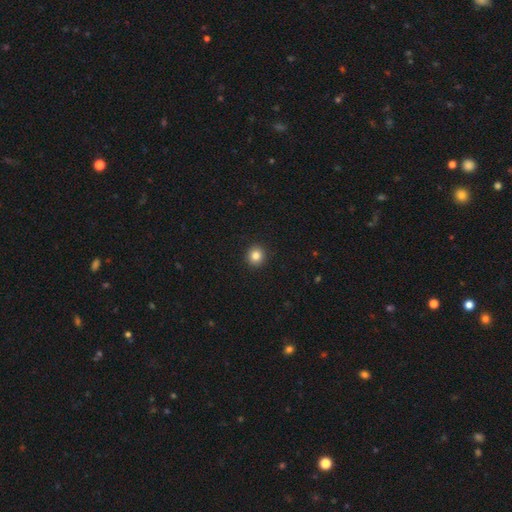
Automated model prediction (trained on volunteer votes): Morphology: type=smooth (84%); roundness=round (92%); merging=none (93%).